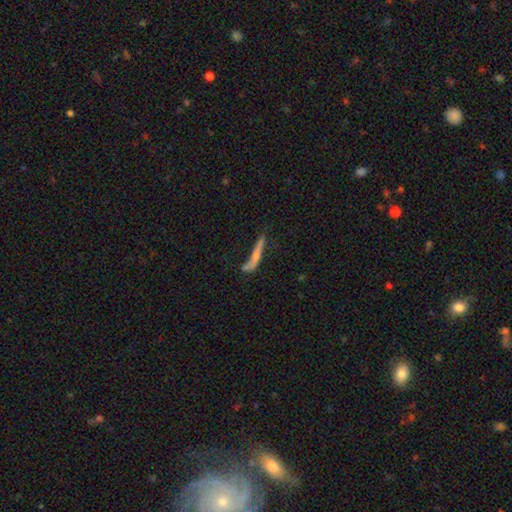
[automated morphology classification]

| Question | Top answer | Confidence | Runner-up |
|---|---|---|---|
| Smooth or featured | smooth | 52% | featured or disk (40%) |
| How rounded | cigar-shaped | 92% | in between (6%) |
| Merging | none | 48% | minor disturbance (22%) |